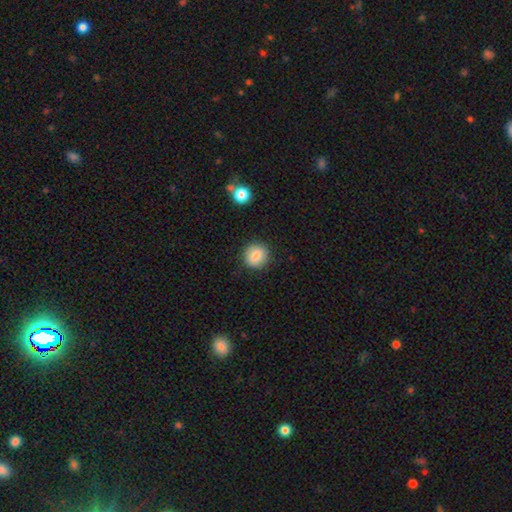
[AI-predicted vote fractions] smooth 86%, star or artifact 9%, featured or disk 5%. Down the decision tree: how rounded — round (90%); merging — none (89%).